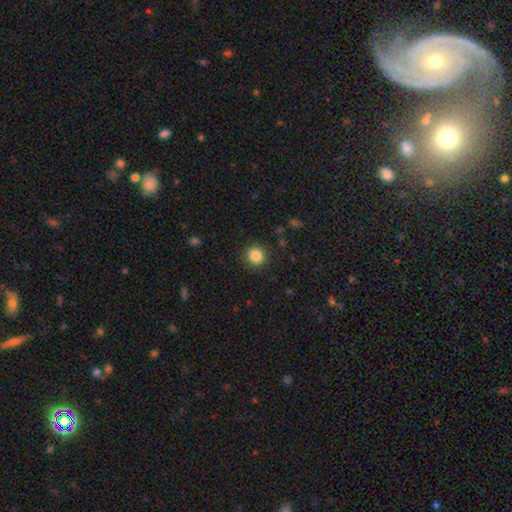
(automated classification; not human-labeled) Morphology: type=smooth (85%); roundness=round (91%); merging=none (90%).